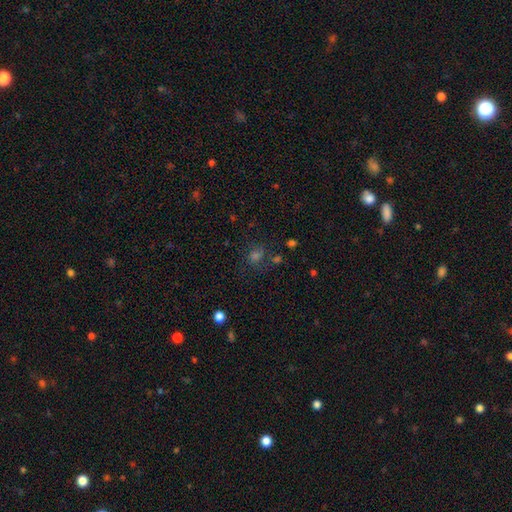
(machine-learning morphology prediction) The model was most divided on "smooth or featured": smooth: 48%, star or artifact: 38%, featured or disk: 14%. More confident: merging — none (70%).